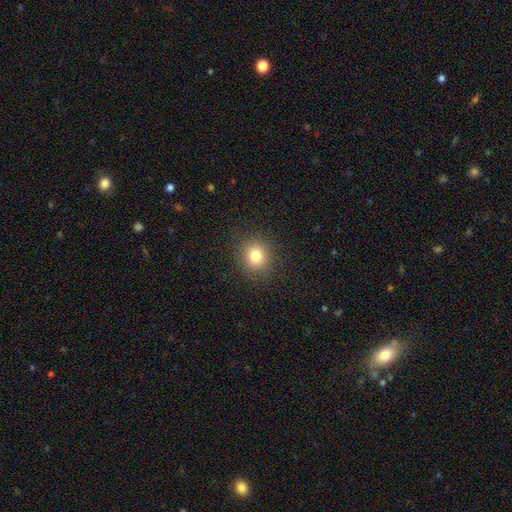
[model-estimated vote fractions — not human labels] Q: Smooth or featured?
A: smooth (80%); runner-up: star or artifact (13%)
Q: How rounded?
A: round (78%); runner-up: in between (21%)
Q: Merging?
A: none (88%); runner-up: minor disturbance (8%)